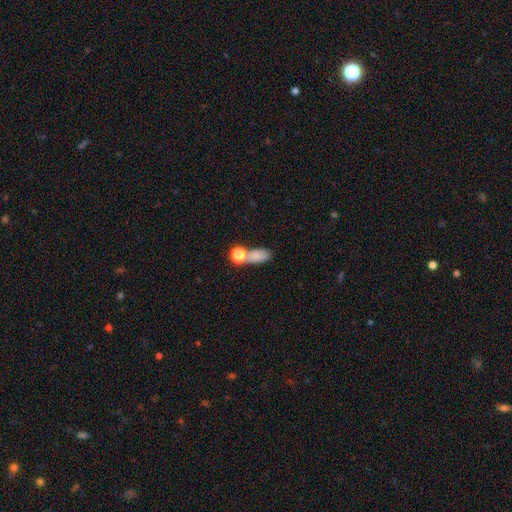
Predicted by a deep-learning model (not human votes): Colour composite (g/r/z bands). It shows a smooth galaxy with no disk features (79%) that is in between round and cigar-shaped (73%). Merging: none (49%).